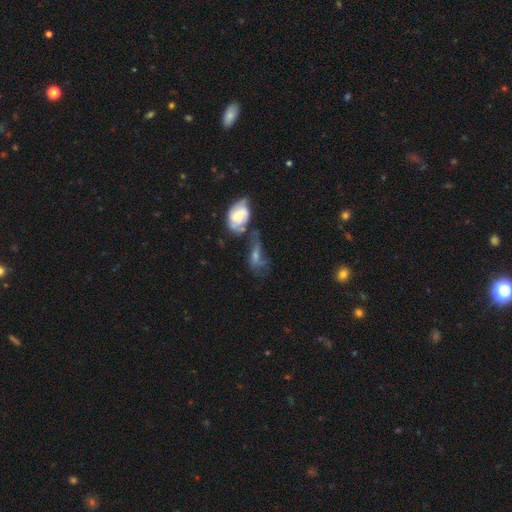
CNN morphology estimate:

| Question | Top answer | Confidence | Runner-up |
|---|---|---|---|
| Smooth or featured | featured or disk | 50% | smooth (34%) |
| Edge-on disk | no | 87% | yes (13%) |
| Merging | none | 31% | merger (30%) |